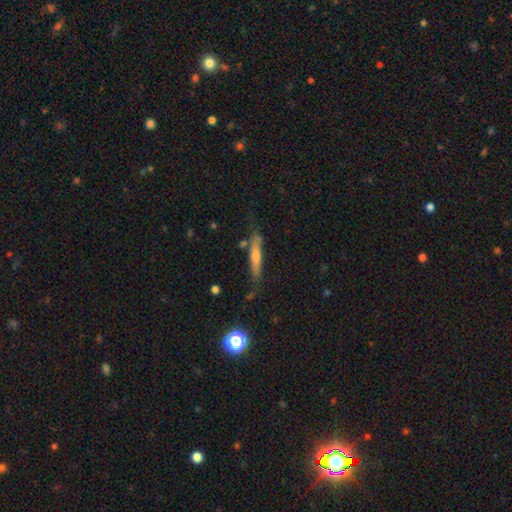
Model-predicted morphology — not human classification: The model was most divided on "smooth or featured" (2-way tie): featured or disk: 46%, smooth: 46%, star or artifact: 8%. More confident: merging — none (72%).